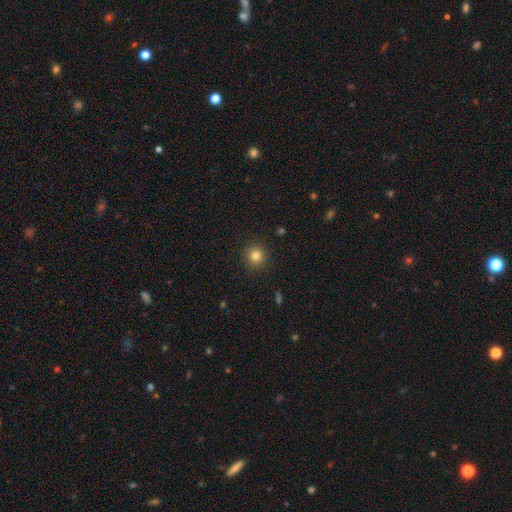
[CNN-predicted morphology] This appears to be a smooth galaxy with no disk features (82%) that is round (92%). Merging: none (91%).